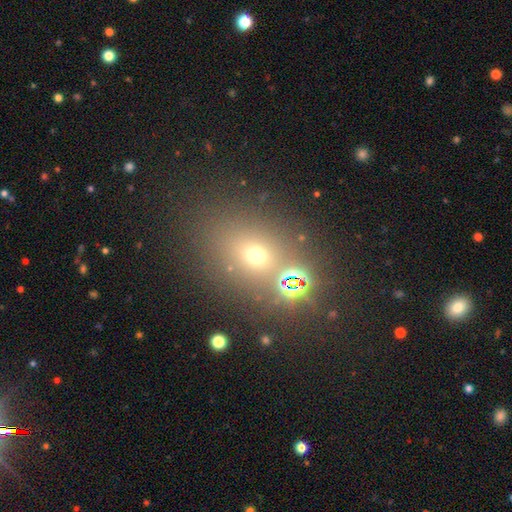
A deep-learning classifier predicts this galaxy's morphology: A smooth galaxy with no disk features (57%) that is round (55%).

Vote fractions:
- Smooth or featured? smooth: 57% / star or artifact: 31% / featured or disk: 12%
- How rounded? round: 55% / in between: 43% / cigar-shaped: 2%
- Merging? none: 73% / minor disturbance: 11% / merger: 10% / major disturbance: 6%